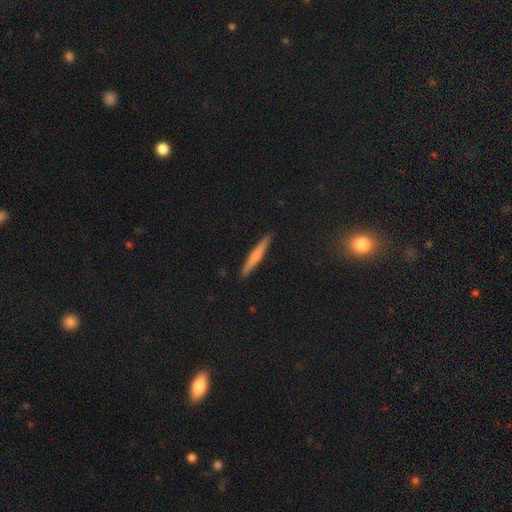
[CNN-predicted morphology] A smooth galaxy with no disk features (58%) that is cigar-shaped (95%). Merging: none (92%).